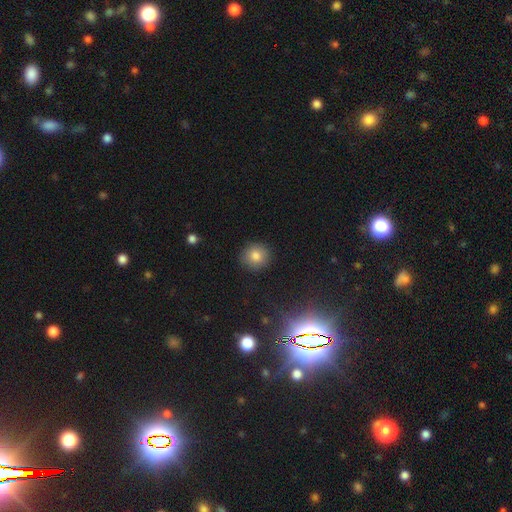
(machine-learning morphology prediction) Smooth or featured? smooth (80%)
How rounded? round (91%)
Merging? none (90%)